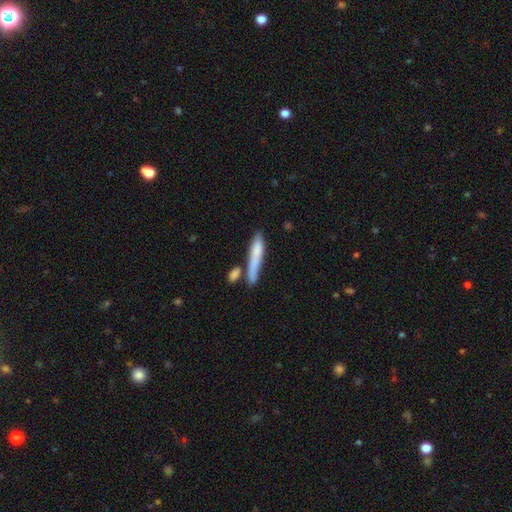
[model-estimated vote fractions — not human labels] smooth_or_featured: smooth (p=0.69) [alt: featured or disk p=0.24]
how_rounded: cigar-shaped (p=0.89) [alt: in between p=0.09]
merging: none (p=0.58) [alt: merger p=0.18]